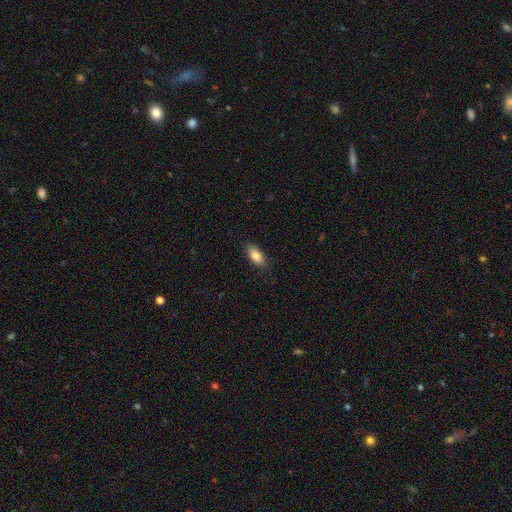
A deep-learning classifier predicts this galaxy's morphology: Smooth or featured? smooth (86%)
How rounded? in between (86%)
Merging? none (82%)